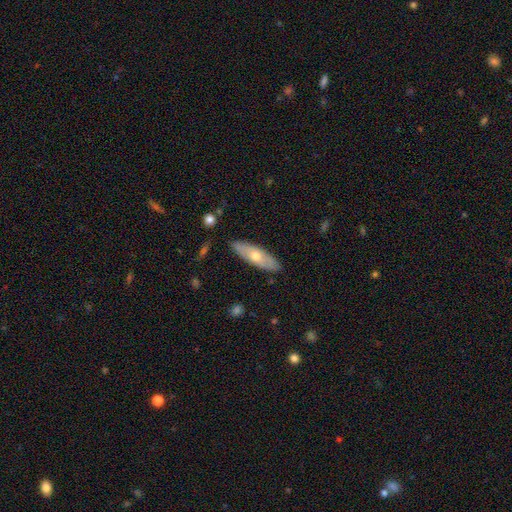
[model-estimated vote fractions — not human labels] A smooth galaxy with no disk features (52%) that is cigar-shaped (53%). Merging: none (87%).